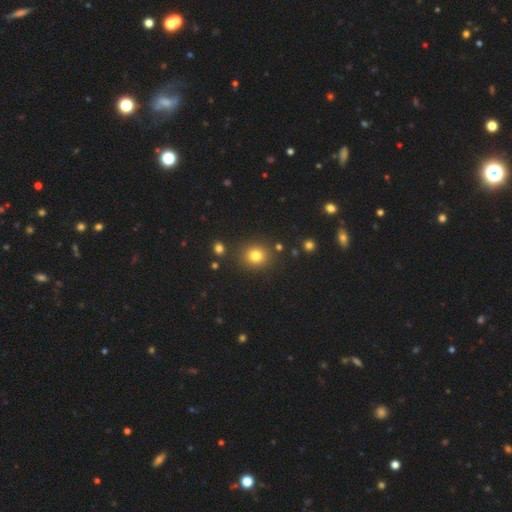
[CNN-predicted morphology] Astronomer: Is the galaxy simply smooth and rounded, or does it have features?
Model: smooth — 80%.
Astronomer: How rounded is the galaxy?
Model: round — 79%.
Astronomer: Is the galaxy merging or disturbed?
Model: none — 86%.